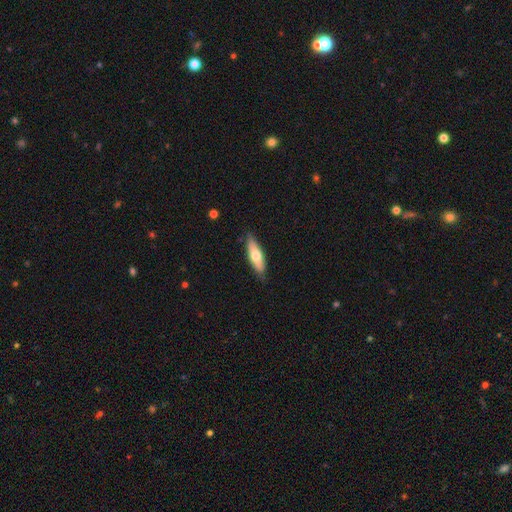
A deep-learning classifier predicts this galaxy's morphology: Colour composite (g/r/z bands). It shows a smooth galaxy with no disk features (59%) that is cigar-shaped (56%). Merging: none (86%).